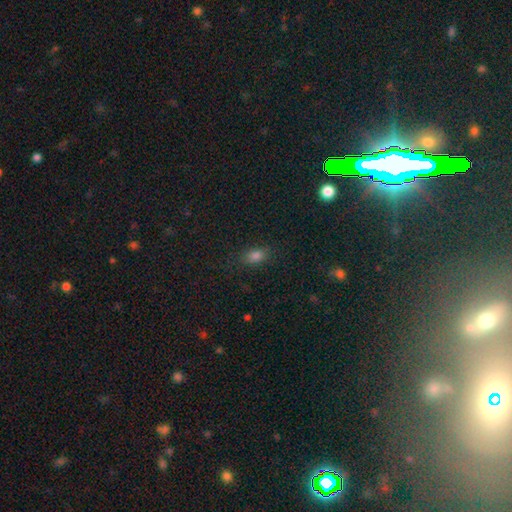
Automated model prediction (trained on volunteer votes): Smooth or featured?
  - smooth: 79% *
  - star or artifact: 14%
  - featured or disk: 7%
How rounded?
  - in between: 83% *
  - round: 13%
  - cigar-shaped: 4%
Merging?
  - none: 83% *
  - minor disturbance: 12%
  - major disturbance: 4%
  - merger: 1%